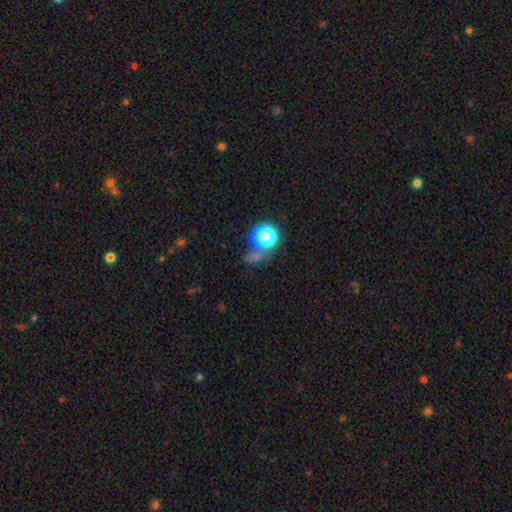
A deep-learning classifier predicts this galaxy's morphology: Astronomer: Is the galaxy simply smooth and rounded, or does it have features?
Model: smooth — 46% (runner-up: star or artifact, 45%).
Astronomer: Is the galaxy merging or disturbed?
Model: none — 61%.